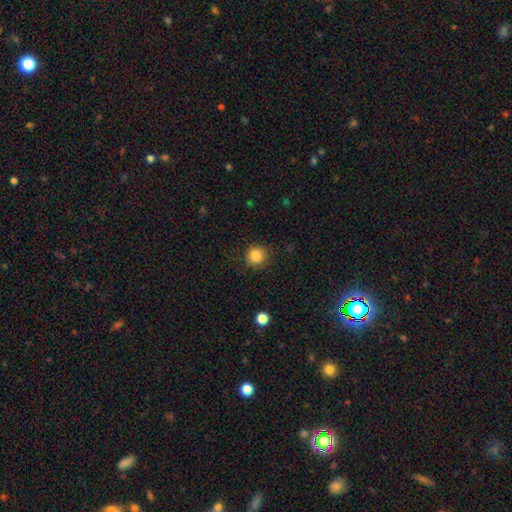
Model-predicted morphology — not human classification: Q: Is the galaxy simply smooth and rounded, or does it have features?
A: smooth — 85%.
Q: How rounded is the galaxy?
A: round — 92%.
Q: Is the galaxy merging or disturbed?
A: none — 86%.